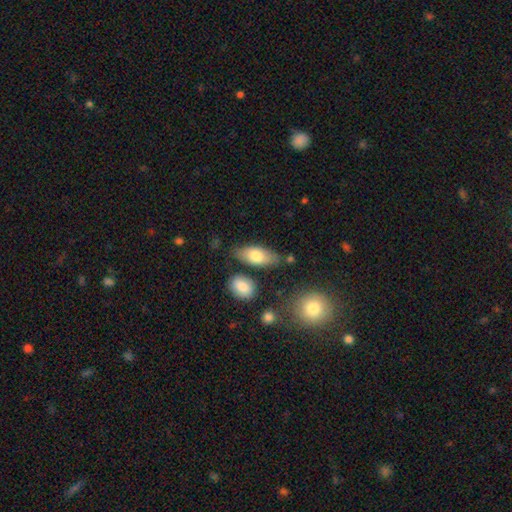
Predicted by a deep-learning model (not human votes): Overall: smooth (75%). How rounded: in between (83%). Merging: none (73%).